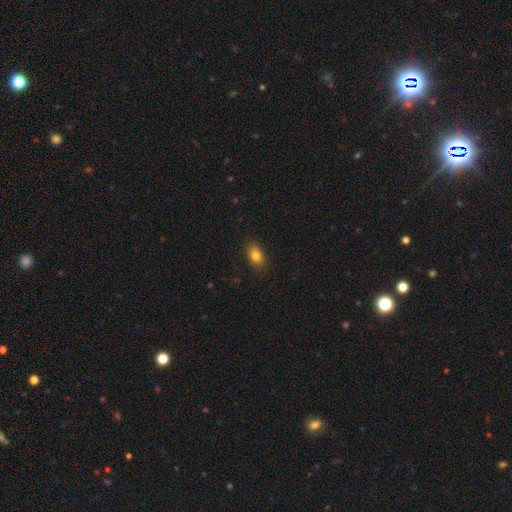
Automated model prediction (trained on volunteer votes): Q: Smooth or featured?
A: smooth (82%); runner-up: star or artifact (9%)
Q: How rounded?
A: in between (85%); runner-up: round (12%)
Q: Merging?
A: none (83%); runner-up: minor disturbance (13%)